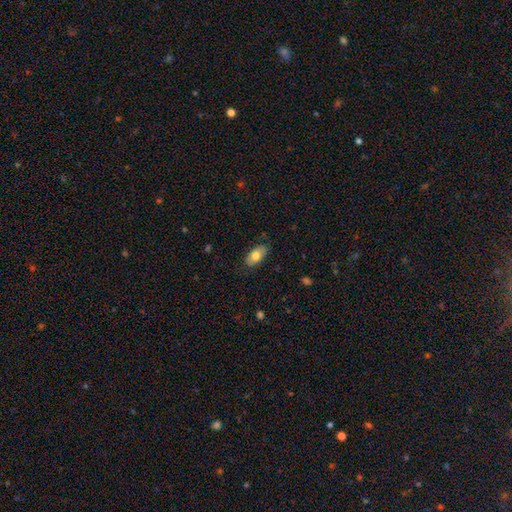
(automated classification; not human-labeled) A smooth galaxy with no disk features (74%) that is in between round and cigar-shaped (93%). Merging: none (81%).